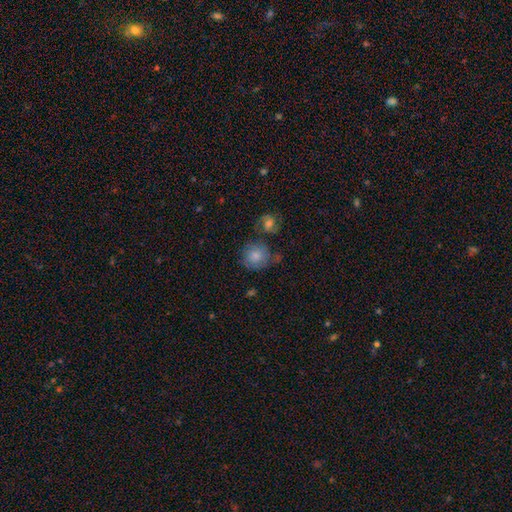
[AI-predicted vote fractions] Smooth or featured: smooth — 73% (featured or disk — 20%)
How rounded: round — 86% (in between — 13%)
Merging: none — 55% (minor disturbance — 20%)